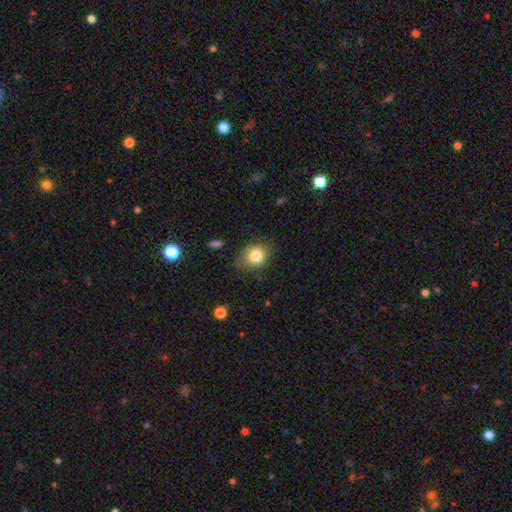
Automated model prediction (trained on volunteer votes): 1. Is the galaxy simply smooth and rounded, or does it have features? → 81% smooth, 10% star or artifact, 9% featured or disk.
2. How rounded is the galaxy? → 53% round, 46% in between, 1% cigar-shaped.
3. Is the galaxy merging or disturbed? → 71% none, 21% minor disturbance, 6% major disturbance, 2% merger.